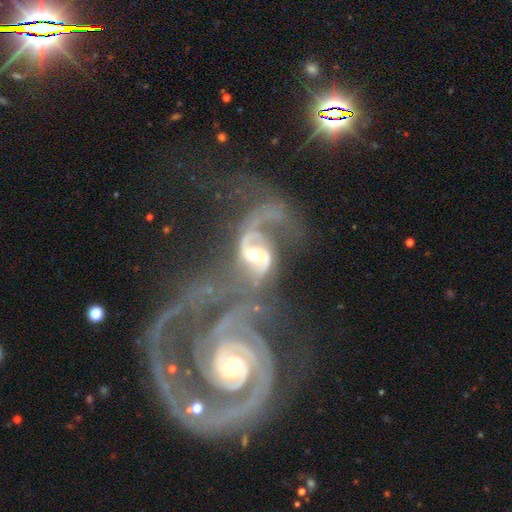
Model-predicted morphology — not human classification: Overall: featured or disk (88%). Edge-on disk: no (98%). Bar: weak (41%; no 30%). Spiral arms: yes (95%). Spiral arm count: 2 (76%). Spiral winding: loose (44%; medium 40%). Bulge size: moderate (62%; small 25%). Merging: merger (61%).